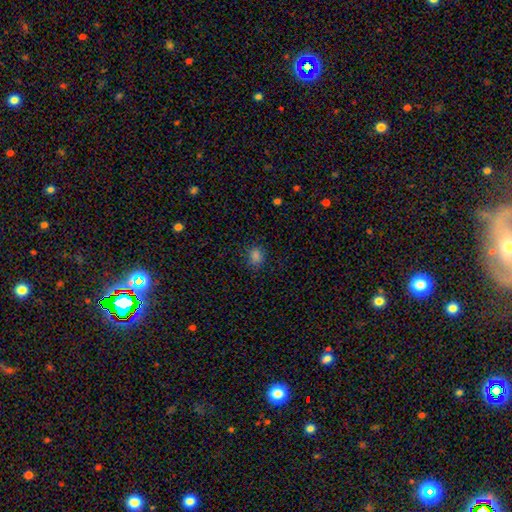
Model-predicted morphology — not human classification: Q: Smooth or featured?
A: smooth (81%); runner-up: star or artifact (14%)
Q: How rounded?
A: round (59%); runner-up: in between (40%)
Q: Merging?
A: none (79%); runner-up: minor disturbance (15%)